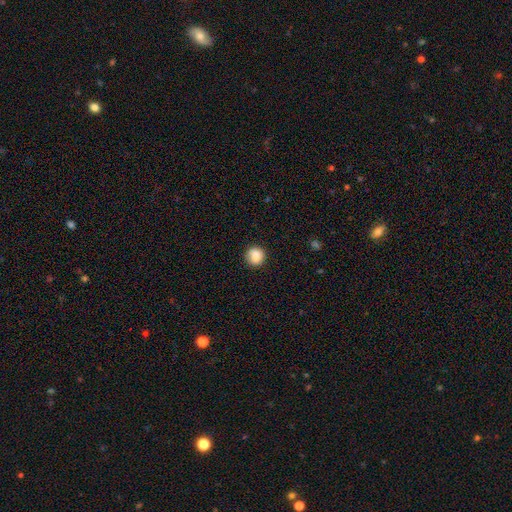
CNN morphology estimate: smooth_or_featured: smooth (p=0.83) [alt: star or artifact p=0.09]
how_rounded: round (p=0.90) [alt: in between p=0.09]
merging: none (p=0.83) [alt: minor disturbance p=0.12]